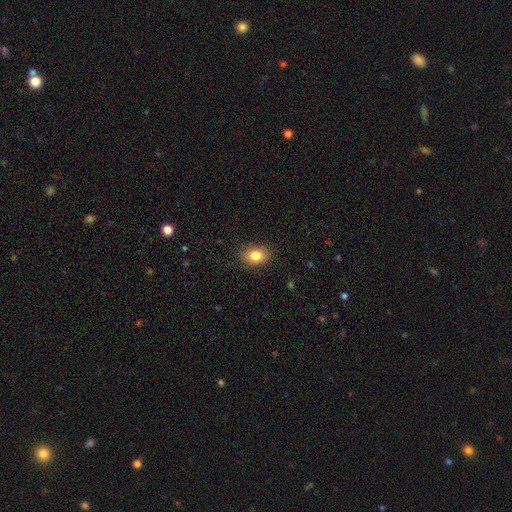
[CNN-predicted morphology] Smooth or featured? smooth (84%)
How rounded? in between (70%)
Merging? none (83%)